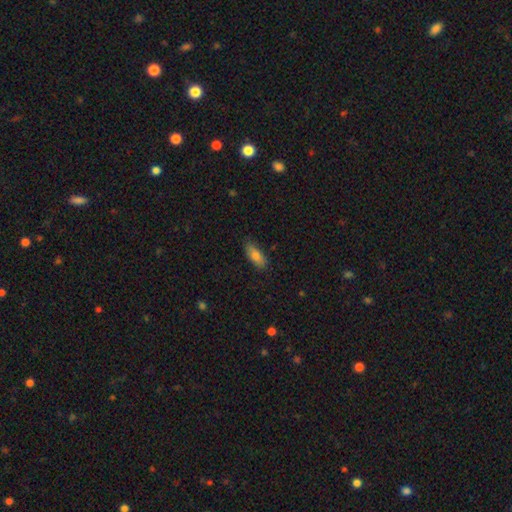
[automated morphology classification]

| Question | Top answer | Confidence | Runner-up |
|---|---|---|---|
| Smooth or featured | smooth | 80% | featured or disk (13%) |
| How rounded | in between | 82% | cigar-shaped (15%) |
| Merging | none | 81% | minor disturbance (15%) |